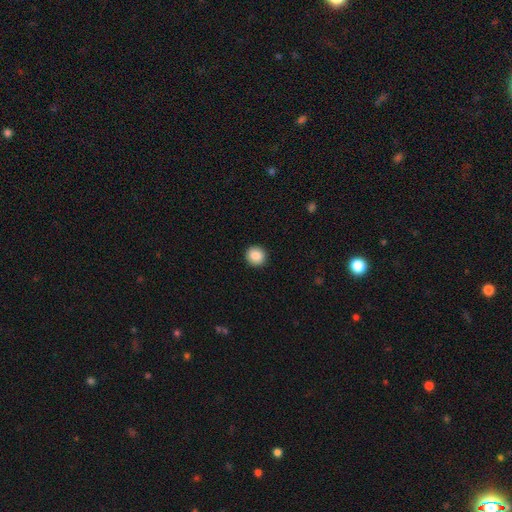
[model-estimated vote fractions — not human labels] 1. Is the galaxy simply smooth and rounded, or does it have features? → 88% smooth, 8% star or artifact, 4% featured or disk.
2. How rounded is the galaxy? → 89% round, 10% in between, 1% cigar-shaped.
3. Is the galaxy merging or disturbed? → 92% none, 5% minor disturbance, 2% major disturbance, 1% merger.